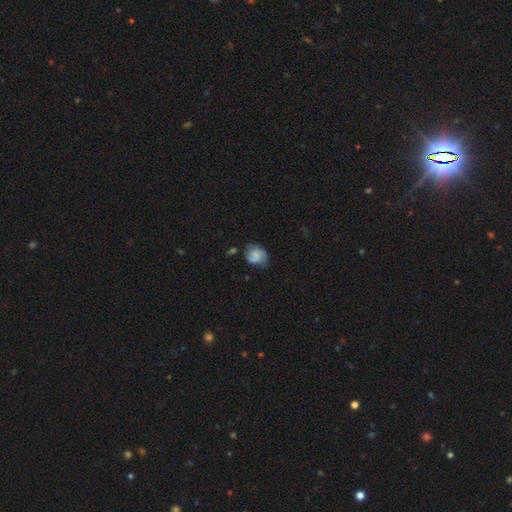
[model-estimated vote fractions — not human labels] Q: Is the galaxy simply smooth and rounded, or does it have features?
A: smooth — 58%.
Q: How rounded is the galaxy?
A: round — 58%.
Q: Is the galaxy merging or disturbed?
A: none — 55%.